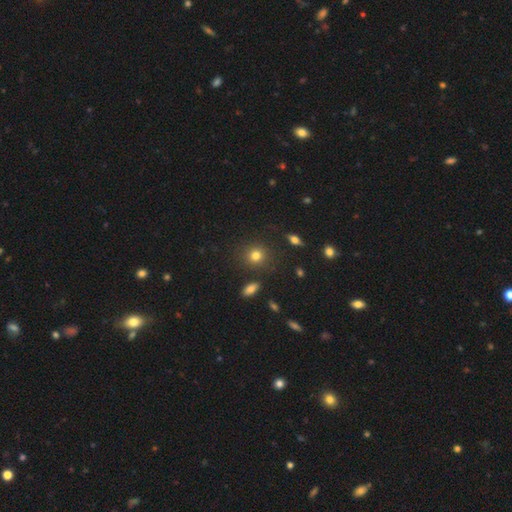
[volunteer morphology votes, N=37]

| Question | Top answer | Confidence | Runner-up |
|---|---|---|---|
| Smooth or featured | smooth | 81% | featured or disk (14%) |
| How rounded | round | 77% | in between (23%) |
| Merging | none | 74% | minor disturbance (14%) |